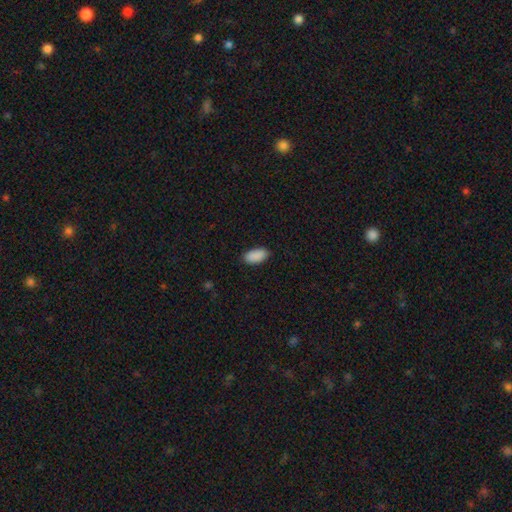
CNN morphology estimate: smooth 90%, star or artifact 7%, featured or disk 3%. Down the decision tree: how rounded — in between (93%); merging — none (88%).